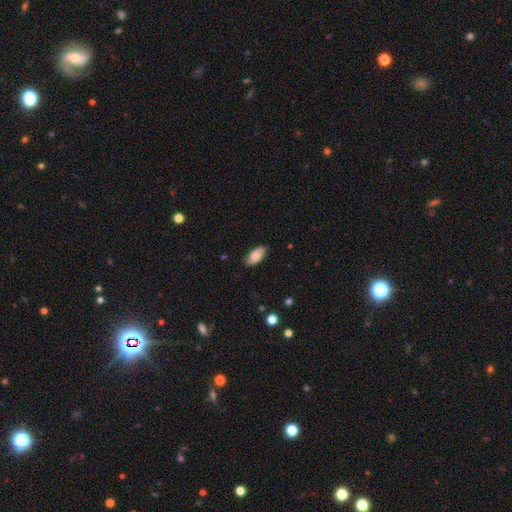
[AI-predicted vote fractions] smooth 85%, featured or disk 9%, star or artifact 6%. Down the decision tree: how rounded — in between (93%); merging — none (84%).